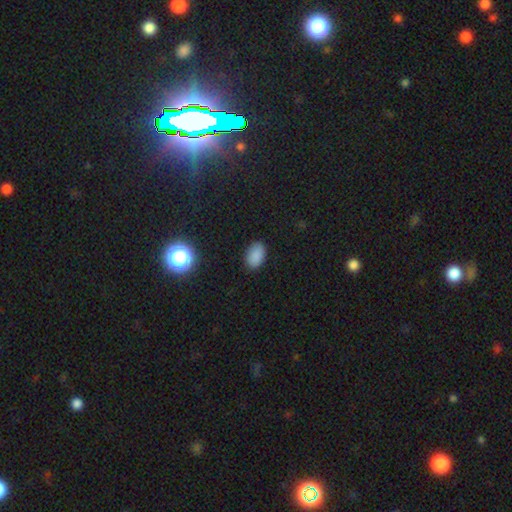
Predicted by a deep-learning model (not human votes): Smooth or featured? Predicted: smooth (p=0.85). How rounded? Predicted: in between (p=0.89). Merging? Predicted: none (p=0.86).